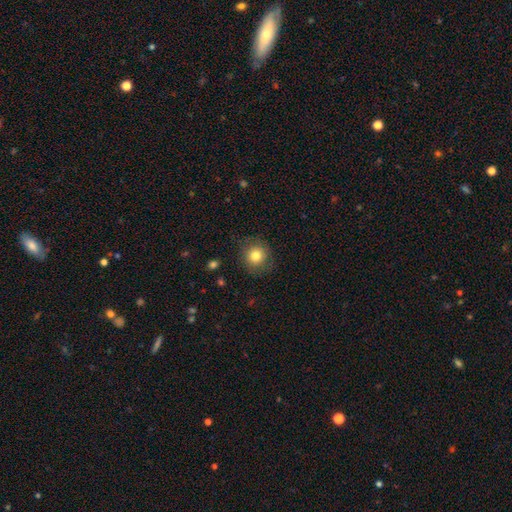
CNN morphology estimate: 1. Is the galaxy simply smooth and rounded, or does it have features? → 80% smooth, 10% star or artifact, 9% featured or disk.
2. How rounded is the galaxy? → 90% round, 9% in between, 1% cigar-shaped.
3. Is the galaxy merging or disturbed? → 83% none, 11% minor disturbance, 4% major disturbance, 1% merger.